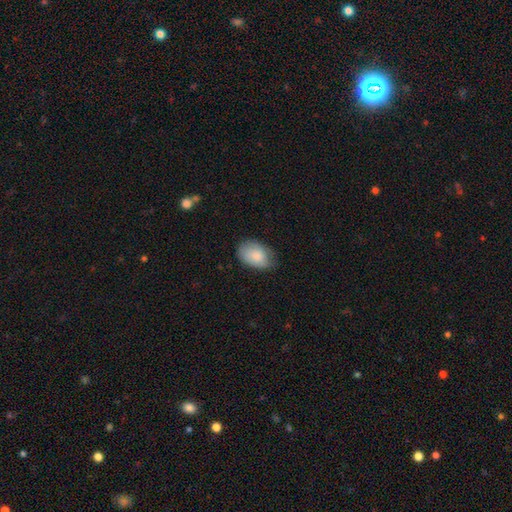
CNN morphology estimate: type=smooth (84%); roundness=in between (87%); merging=none (67%).